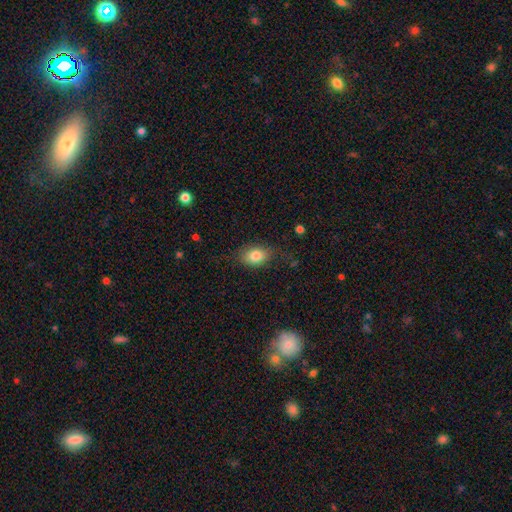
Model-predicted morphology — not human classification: Q: Smooth or featured?
A: smooth (82%); runner-up: featured or disk (9%)
Q: How rounded?
A: in between (79%); runner-up: round (19%)
Q: Merging?
A: none (72%); runner-up: minor disturbance (20%)